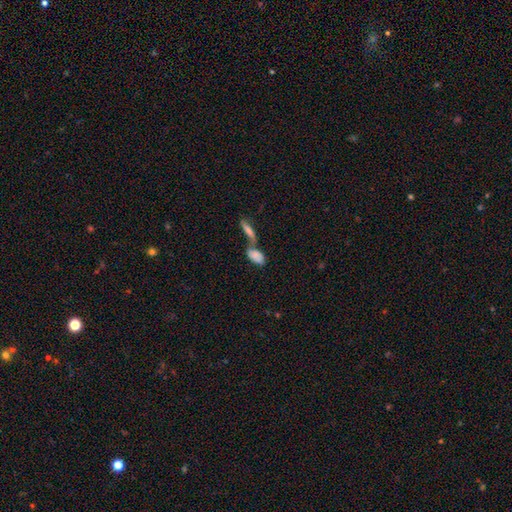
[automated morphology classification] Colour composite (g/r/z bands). It shows a smooth galaxy with no disk features (76%) that is in between round and cigar-shaped (86%). Merging: merger (63%).